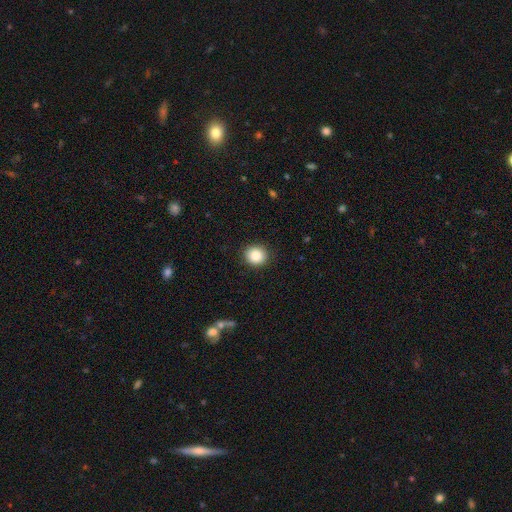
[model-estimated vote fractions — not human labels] The model was most divided on "how rounded": round: 87%, in between: 12%, cigar-shaped: 1%. More confident: merging — none (91%); smooth or featured — smooth (86%).